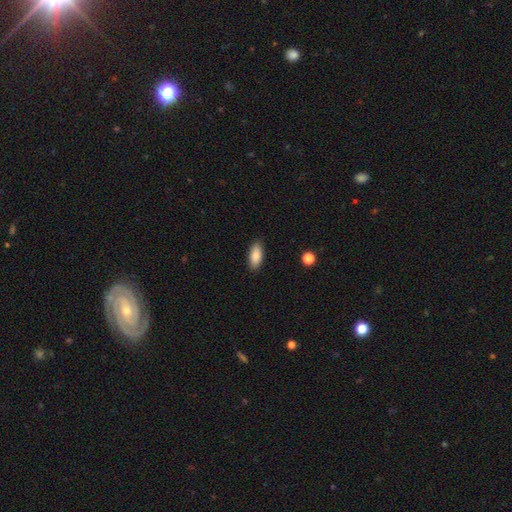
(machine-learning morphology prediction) smooth_or_featured: smooth (p=0.84) [alt: featured or disk p=0.09]
how_rounded: in between (p=0.85) [alt: cigar-shaped p=0.12]
merging: none (p=0.88) [alt: minor disturbance p=0.09]